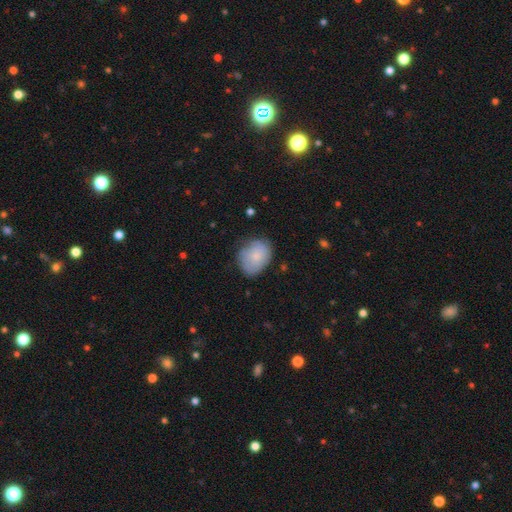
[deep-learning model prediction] smooth_or_featured: smooth (p=0.72) [alt: featured or disk p=0.21]
how_rounded: in between (p=0.58) [alt: round p=0.41]
merging: none (p=0.67) [alt: minor disturbance p=0.25]